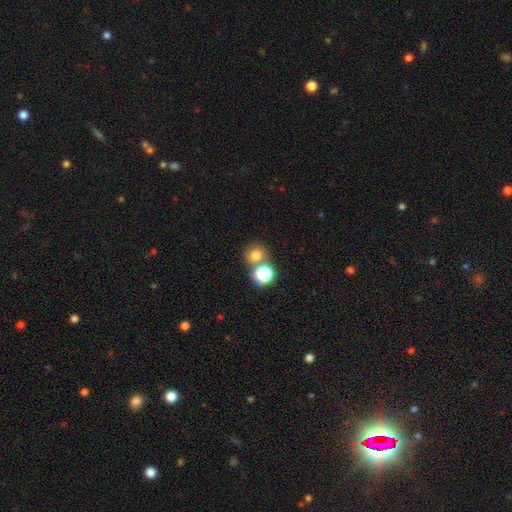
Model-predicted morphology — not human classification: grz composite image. It shows a smooth galaxy with no disk features (73%) that is round (82%). Merging: none (63%).